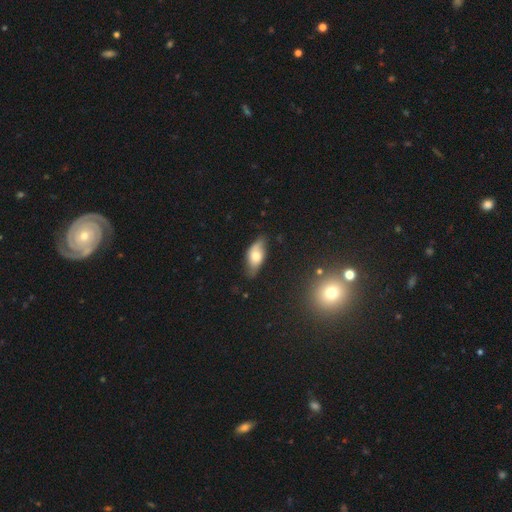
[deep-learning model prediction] Smooth or featured?
  - smooth: 59% *
  - featured or disk: 34%
  - star or artifact: 7%
How rounded?
  - in between: 86% *
  - cigar-shaped: 9%
  - round: 4%
Merging?
  - none: 68% *
  - minor disturbance: 26%
  - major disturbance: 5%
  - merger: 2%